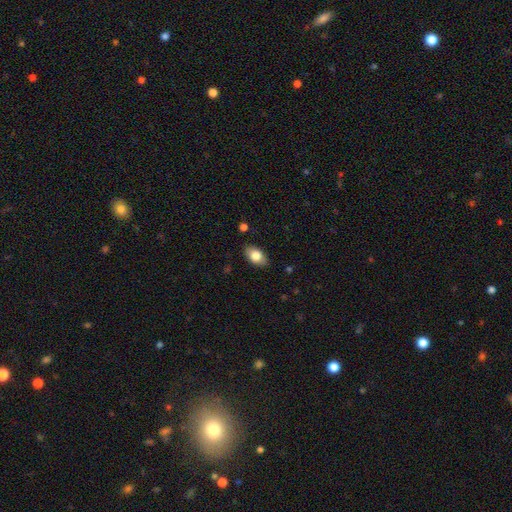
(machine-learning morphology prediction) A smooth galaxy with no disk features (79%) that is in between round and cigar-shaped (91%). Merging: none (85%).